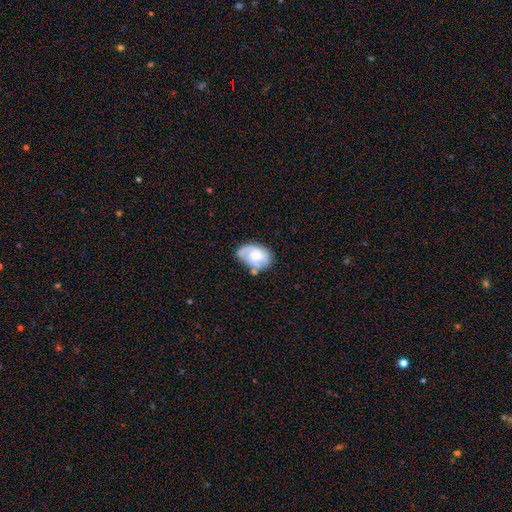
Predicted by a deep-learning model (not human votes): This is likely a featured or disk galaxy (61%). It is clearly not viewed edge-on (97%). Bar: likely no (69%). Spiral arm pattern: clearly yes (85%). Spiral arm count: marginally 2 (40%). Spiral winding: marginally tight (41%). Central bulge: possibly moderate (46%). Merging: possibly none (51%).